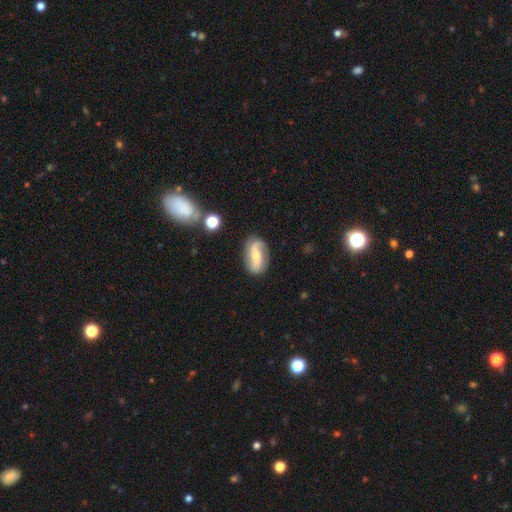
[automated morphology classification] A featured or disk galaxy (77%) with no bar (40%), 2 (85%) loose (52%) spiral arms (93%) and a small central bulge (48%). Merging: none (79%).